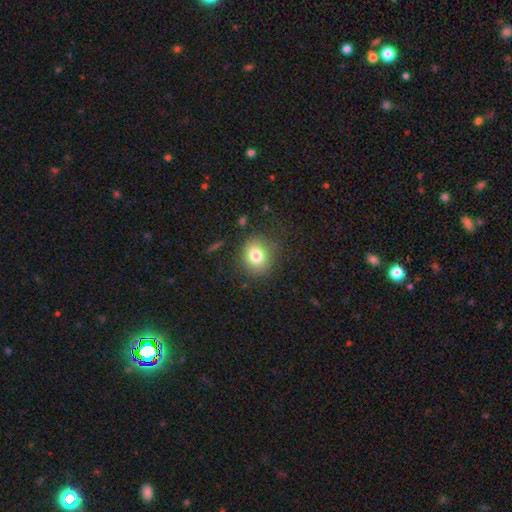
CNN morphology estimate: Smooth or featured: smooth — 78% (star or artifact — 11%)
How rounded: round — 72% (in between — 27%)
Merging: none — 82% (minor disturbance — 11%)